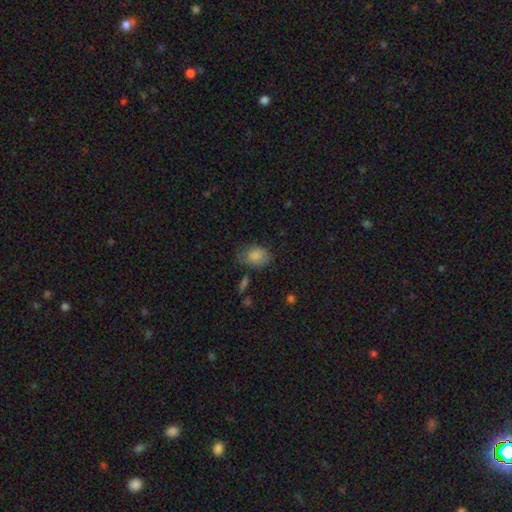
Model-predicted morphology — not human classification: smooth 82%, featured or disk 10%, star or artifact 8%. Down the decision tree: how rounded — in between (66%); merging — none (56%).